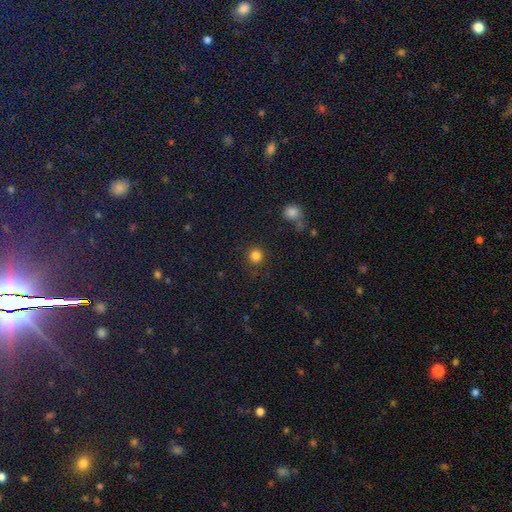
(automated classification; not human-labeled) This is clearly a smooth galaxy (83%). How rounded: clearly round (92%). Merging: clearly none (87%).